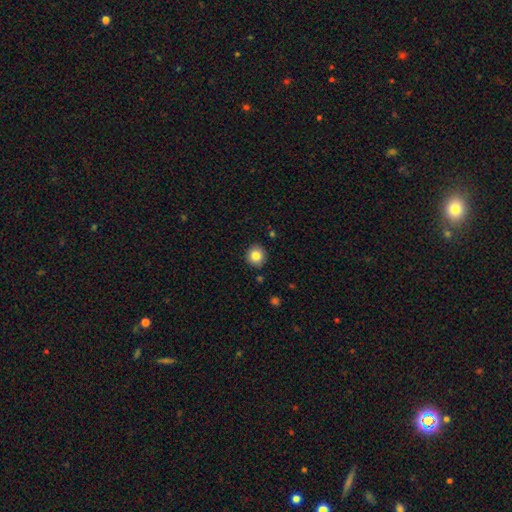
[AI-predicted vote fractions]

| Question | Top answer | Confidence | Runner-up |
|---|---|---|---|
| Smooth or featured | smooth | 83% | star or artifact (10%) |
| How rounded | round | 91% | in between (8%) |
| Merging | none | 90% | minor disturbance (7%) |